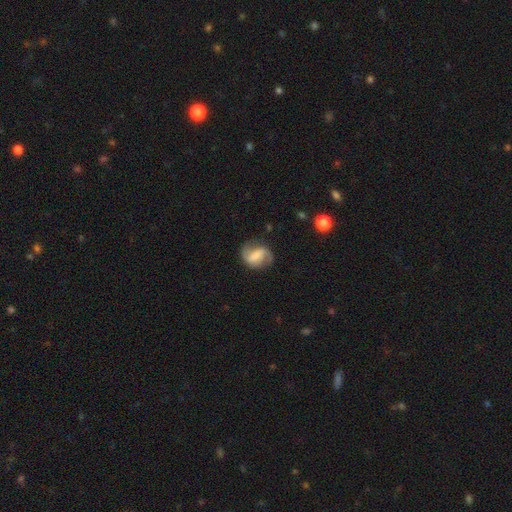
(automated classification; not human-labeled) Smooth or featured? Predicted: featured or disk (p=0.61). Edge-on disk? Predicted: no (p=0.97). Bar? Predicted: strong (p=0.42). Spiral arms? Predicted: yes (p=0.85). Spiral winding? Predicted: medium (p=0.43). Spiral arm count? Predicted: 2 (p=0.84). Bulge size? Predicted: small (p=0.34). Merging? Predicted: none (p=0.67).